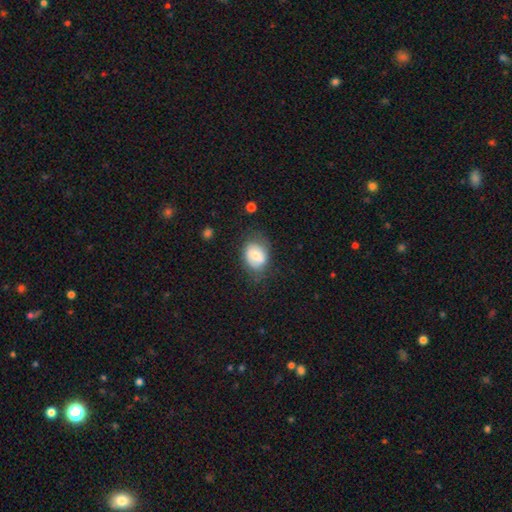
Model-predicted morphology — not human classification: smooth-or-featured: smooth: 62% | featured or disk: 30% | star or artifact: 8%
  how-rounded: in between: 55% | round: 44% | cigar-shaped: 1%
  merging: none: 66% | minor disturbance: 23% | major disturbance: 9% | merger: 2%